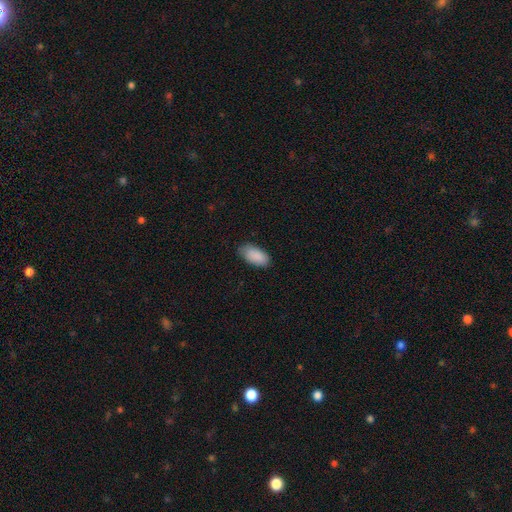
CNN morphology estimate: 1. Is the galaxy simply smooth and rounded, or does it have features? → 90% smooth, 6% star or artifact, 4% featured or disk.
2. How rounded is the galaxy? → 94% in between, 4% cigar-shaped, 2% round.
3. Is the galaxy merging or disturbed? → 80% none, 16% minor disturbance, 3% major disturbance, 1% merger.